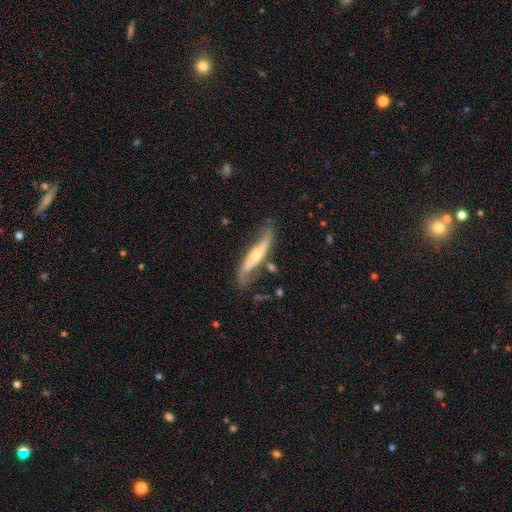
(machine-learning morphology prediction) Smooth or featured? Predicted: featured or disk (p=0.75). Edge-on disk? Predicted: yes (p=0.50, tied with no). Merging? Predicted: none (p=0.63).